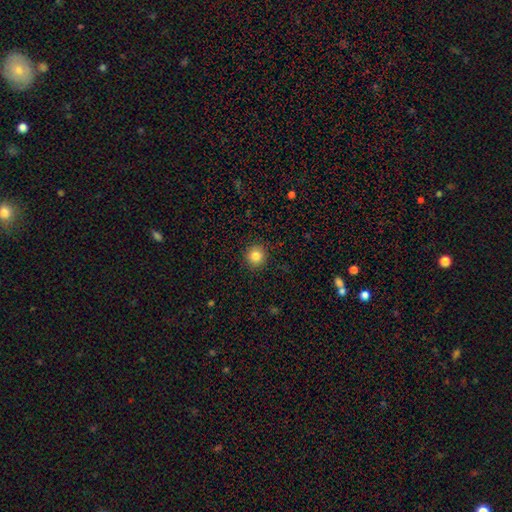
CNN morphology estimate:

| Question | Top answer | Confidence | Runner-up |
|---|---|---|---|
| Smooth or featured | smooth | 84% | star or artifact (10%) |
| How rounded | round | 93% | in between (6%) |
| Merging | none | 92% | minor disturbance (5%) |